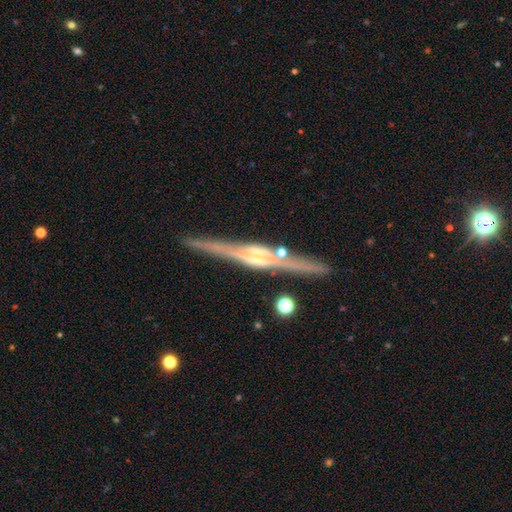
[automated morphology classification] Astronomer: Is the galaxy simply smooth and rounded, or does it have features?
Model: featured or disk — 87%.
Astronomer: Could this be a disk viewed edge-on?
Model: yes — 97%.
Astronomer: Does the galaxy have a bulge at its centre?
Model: rounded — 63%.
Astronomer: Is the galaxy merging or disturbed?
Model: none — 86%.